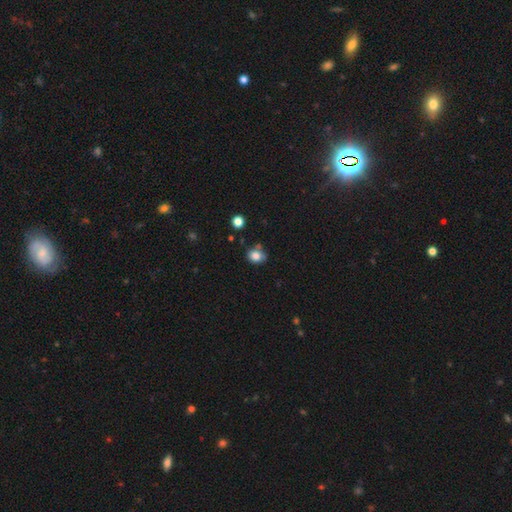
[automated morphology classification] This is clearly a smooth galaxy (82%). How rounded: possibly round (54%). Merging: likely none (61%).